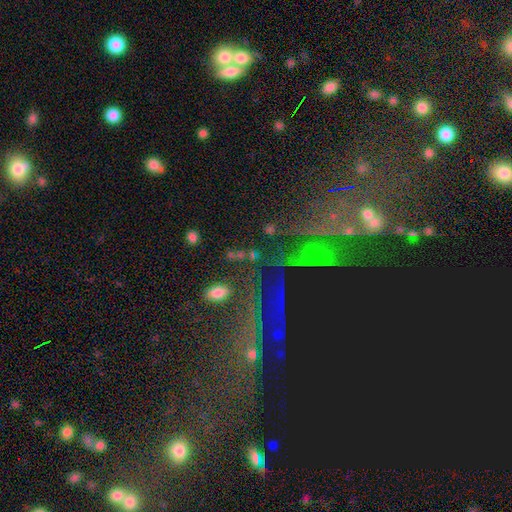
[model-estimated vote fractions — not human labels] Smooth or featured: star or artifact — 48% (smooth — 36%)